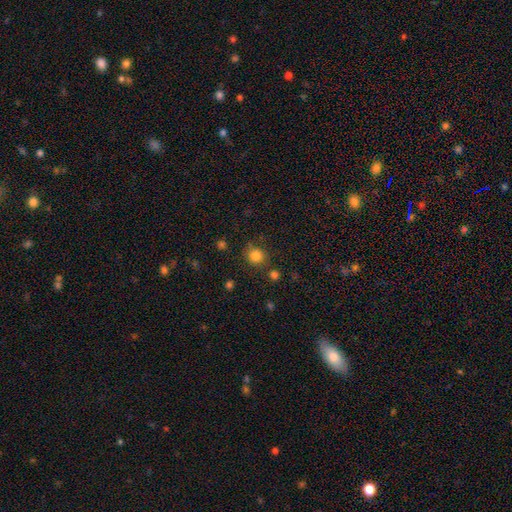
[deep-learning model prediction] A smooth galaxy with no disk features (82%) that is round (88%).

Vote fractions:
- Smooth or featured? smooth: 82% / star or artifact: 13% / featured or disk: 5%
- How rounded? round: 88% / in between: 11% / cigar-shaped: 1%
- Merging? none: 79% / minor disturbance: 10% / merger: 6% / major disturbance: 4%